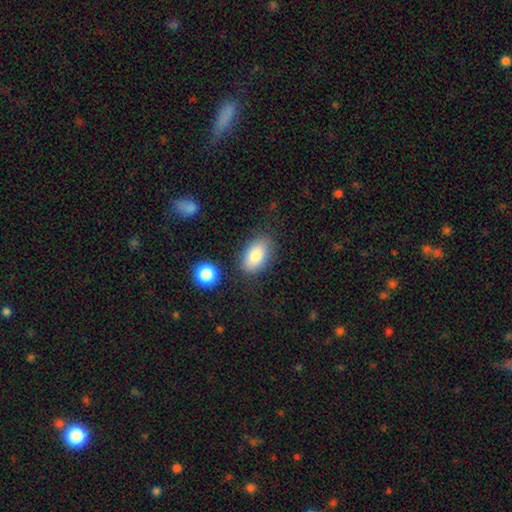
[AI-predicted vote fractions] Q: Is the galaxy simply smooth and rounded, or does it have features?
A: smooth — 83%.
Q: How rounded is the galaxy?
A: in between — 91%.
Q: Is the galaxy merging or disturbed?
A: none — 77%.